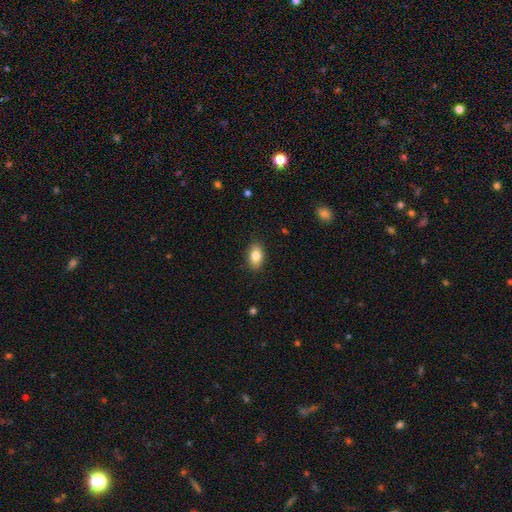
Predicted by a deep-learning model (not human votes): Morphology: type=smooth (82%); roundness=in between (88%); merging=none (88%).